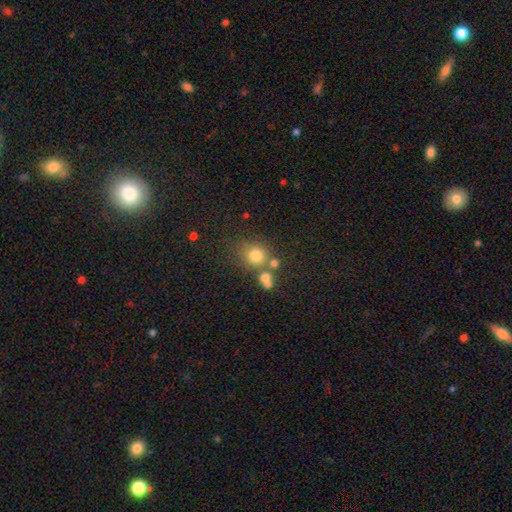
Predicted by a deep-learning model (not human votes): Smooth or featured? smooth (75%)
How rounded? round (85%)
Merging? none (60%)